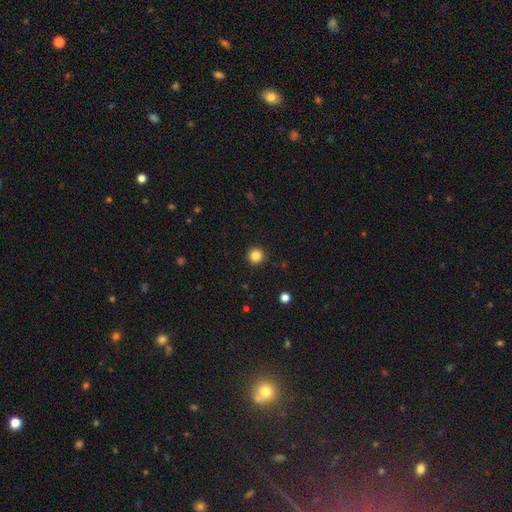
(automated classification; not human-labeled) smooth 84%, star or artifact 11%, featured or disk 4%. Down the decision tree: how rounded — round (96%); merging — none (92%).